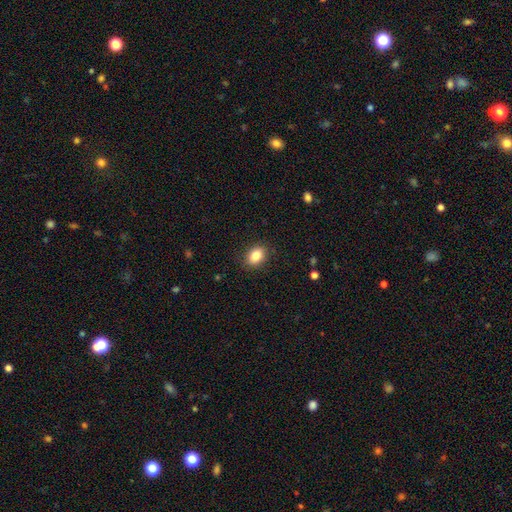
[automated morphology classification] A smooth galaxy with no disk features (85%) that is in between round and cigar-shaped (75%). Merging: none (86%).